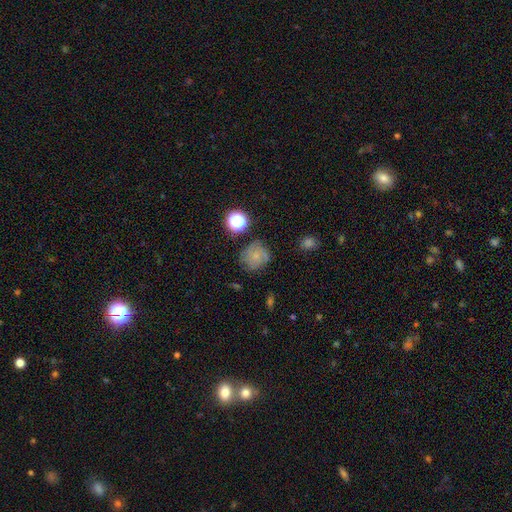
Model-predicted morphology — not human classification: Smooth or featured? Predicted: smooth (p=0.48). Merging? Predicted: none (p=0.66).